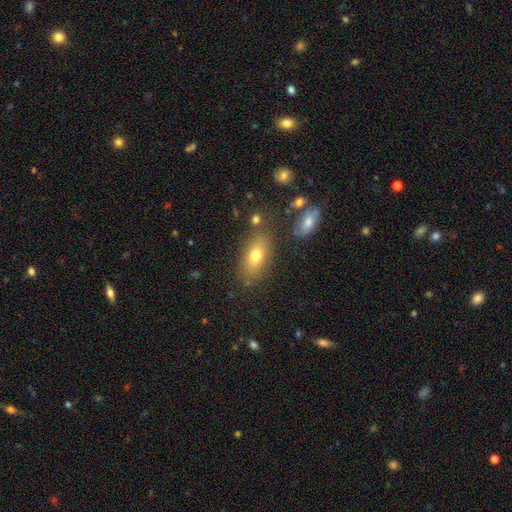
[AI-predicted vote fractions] Q: Smooth or featured?
A: smooth (73%); runner-up: featured or disk (17%)
Q: How rounded?
A: in between (84%); runner-up: cigar-shaped (8%)
Q: Merging?
A: none (78%); runner-up: minor disturbance (13%)